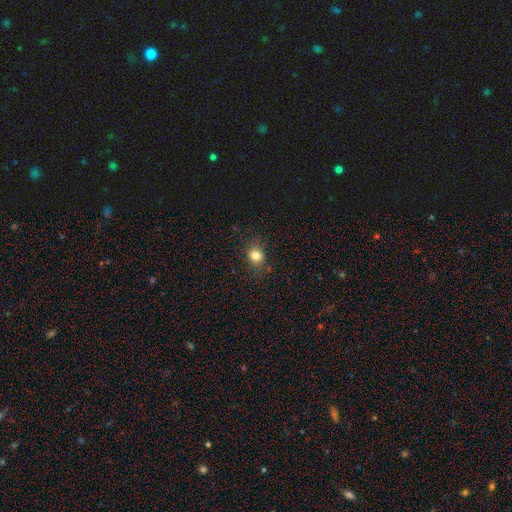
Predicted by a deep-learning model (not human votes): Smooth or featured? smooth (80%)
How rounded? round (60%)
Merging? none (80%)